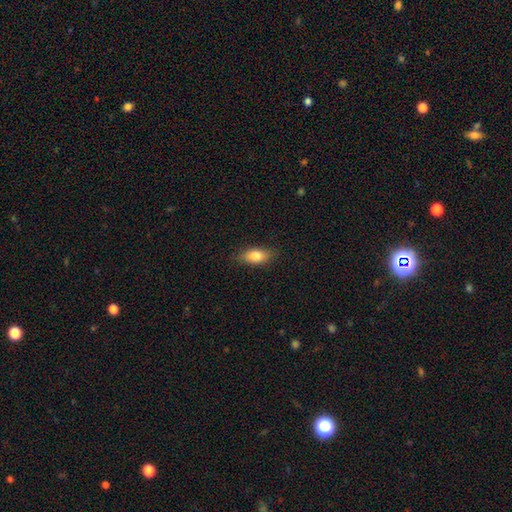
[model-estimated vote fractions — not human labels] Smooth or featured? smooth (82%)
How rounded? in between (84%)
Merging? none (81%)